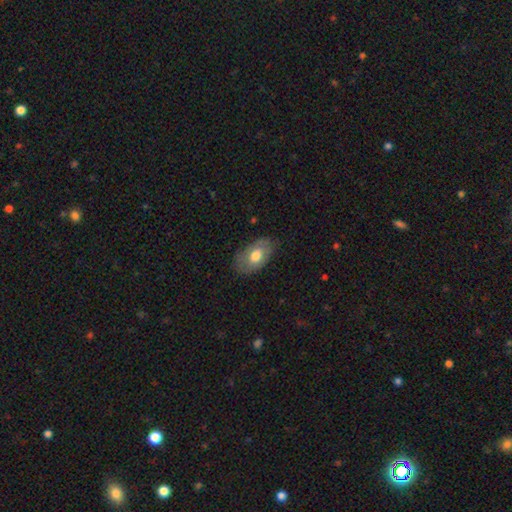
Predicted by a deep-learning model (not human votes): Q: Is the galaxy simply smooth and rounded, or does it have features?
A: smooth — 64%.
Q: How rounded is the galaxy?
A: in between — 91%.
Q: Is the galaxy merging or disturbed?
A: none — 72%.